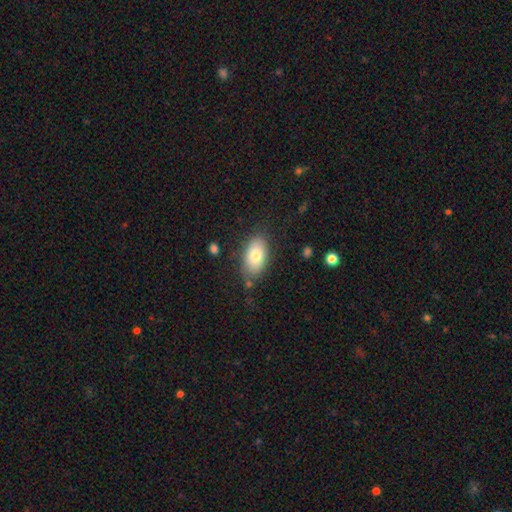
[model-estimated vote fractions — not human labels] Smooth or featured?
  - smooth: 78% *
  - featured or disk: 15%
  - star or artifact: 7%
How rounded?
  - in between: 92% *
  - round: 5%
  - cigar-shaped: 3%
Merging?
  - none: 76% *
  - minor disturbance: 16%
  - major disturbance: 5%
  - merger: 3%